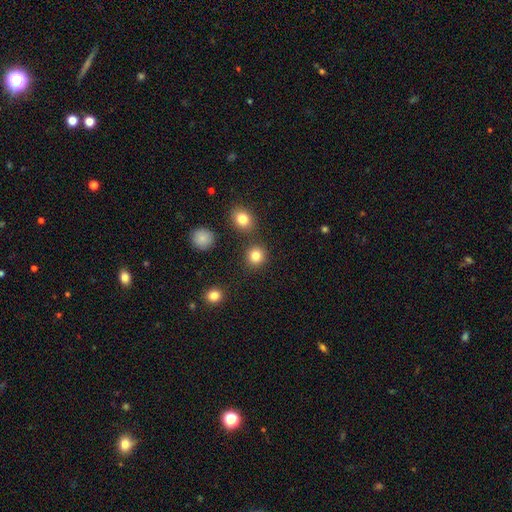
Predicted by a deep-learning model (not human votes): Smooth or featured? smooth (84%)
How rounded? round (89%)
Merging? none (84%)